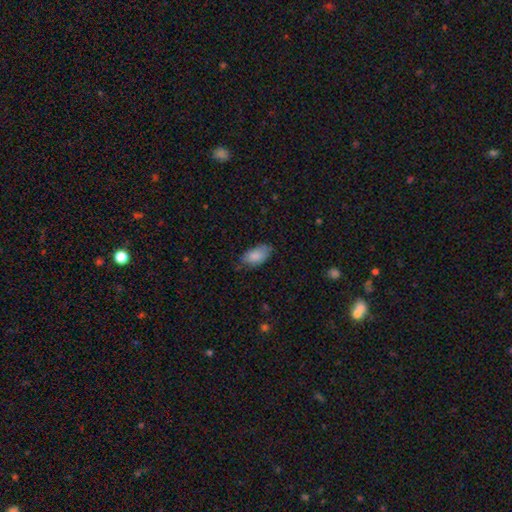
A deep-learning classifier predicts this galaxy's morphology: A smooth galaxy with no disk features (86%) that is in between round and cigar-shaped (94%). Merging: none (67%).